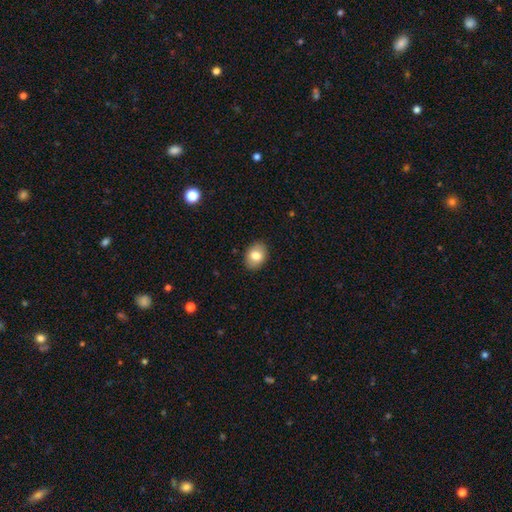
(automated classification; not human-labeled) Morphology: type=smooth (81%); roundness=in between (72%); merging=none (88%).